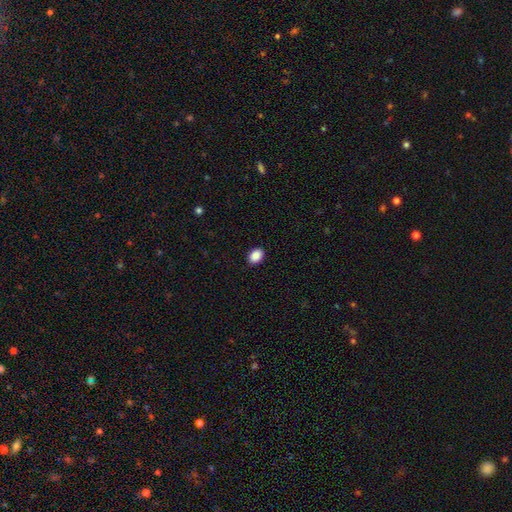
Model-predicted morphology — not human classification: smooth 89%, star or artifact 8%, featured or disk 3%. Down the decision tree: how rounded — in between (70%); merging — none (91%).